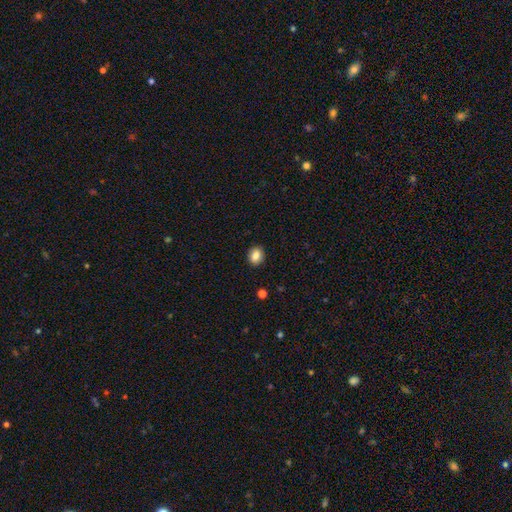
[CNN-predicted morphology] Q: Smooth or featured?
A: smooth (84%); runner-up: star or artifact (9%)
Q: How rounded?
A: round (52%); runner-up: in between (47%)
Q: Merging?
A: none (90%); runner-up: minor disturbance (7%)